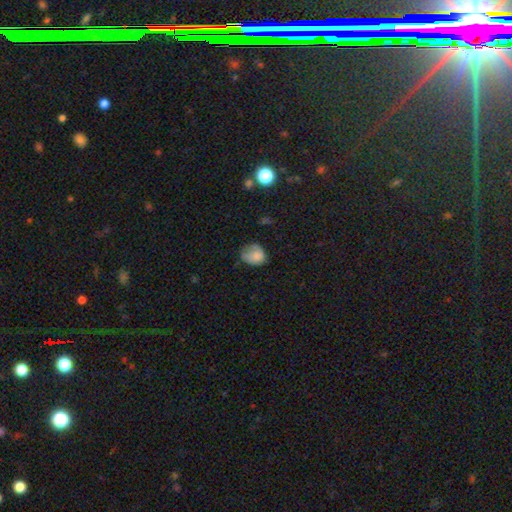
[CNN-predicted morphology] smooth 77%, featured or disk 13%, star or artifact 10%. Down the decision tree: how rounded — round (53%); merging — none (42%).